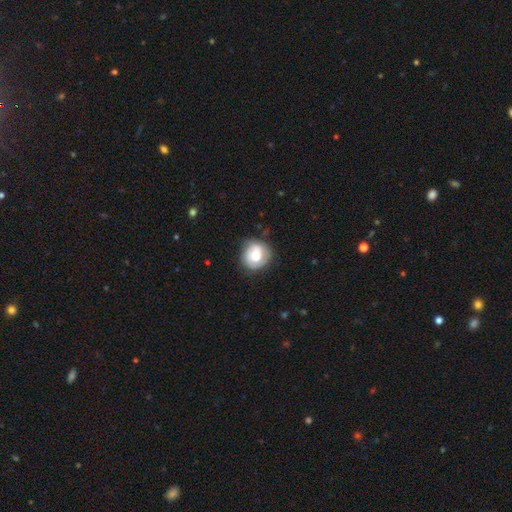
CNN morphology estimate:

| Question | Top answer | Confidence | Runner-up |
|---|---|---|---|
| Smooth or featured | smooth | 60% | featured or disk (32%) |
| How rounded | round | 81% | in between (18%) |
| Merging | none | 69% | minor disturbance (22%) |